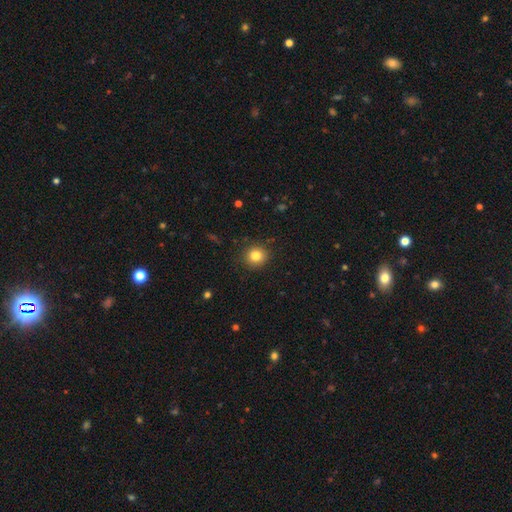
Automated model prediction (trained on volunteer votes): Morphology: type=smooth (83%); roundness=round (89%); merging=none (90%).